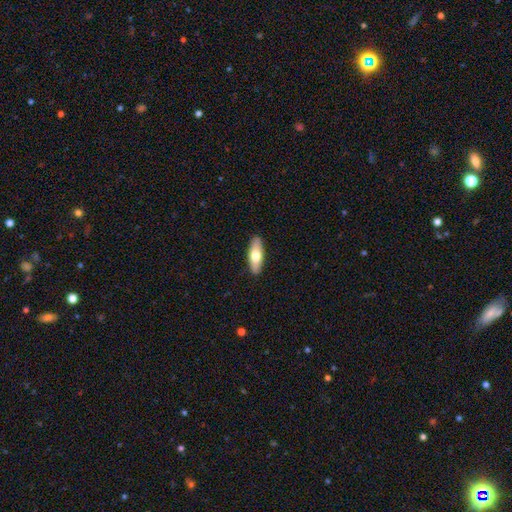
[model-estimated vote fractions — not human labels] Overall: smooth (66%; featured or disk 29%). How rounded: in between (65%; cigar-shaped 33%). Merging: none (90%).